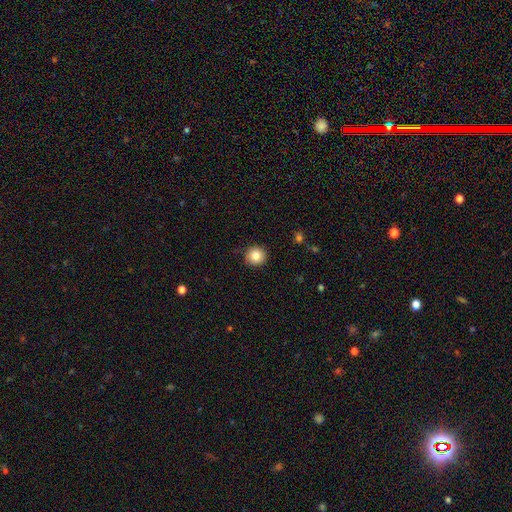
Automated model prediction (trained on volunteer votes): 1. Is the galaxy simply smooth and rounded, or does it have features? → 83% smooth, 10% star or artifact, 7% featured or disk.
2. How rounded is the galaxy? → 94% round, 5% in between, 1% cigar-shaped.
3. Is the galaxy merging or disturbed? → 88% none, 9% minor disturbance, 2% major disturbance, 1% merger.